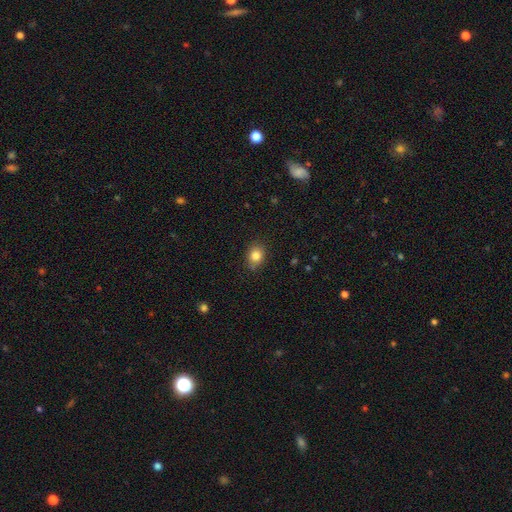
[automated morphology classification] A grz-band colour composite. It shows a smooth galaxy with no disk features (83%) that is in between round and cigar-shaped (52%). Merging: none (83%).